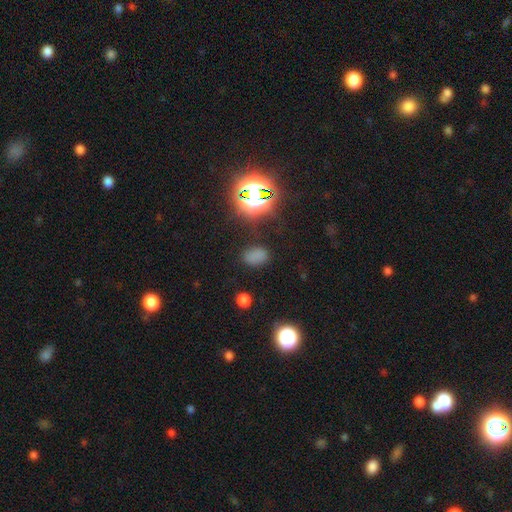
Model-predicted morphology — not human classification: Smooth or featured? Predicted: smooth (p=0.68). How rounded? Predicted: in between (p=0.84). Merging? Predicted: none (p=0.80).